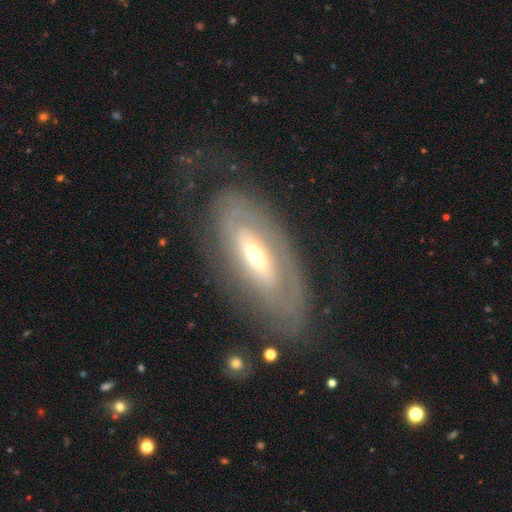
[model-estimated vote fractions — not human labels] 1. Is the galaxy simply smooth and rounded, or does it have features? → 77% featured or disk, 17% smooth, 6% star or artifact.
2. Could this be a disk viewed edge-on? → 86% no, 14% yes.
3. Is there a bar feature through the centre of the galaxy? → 45% no, 33% weak, 22% strong.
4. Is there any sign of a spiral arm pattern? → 64% yes, 36% no.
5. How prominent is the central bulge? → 53% moderate, 37% small, 7% large, 1% dominant, 1% none.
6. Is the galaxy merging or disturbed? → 67% none, 17% minor disturbance, 14% major disturbance, 2% merger.